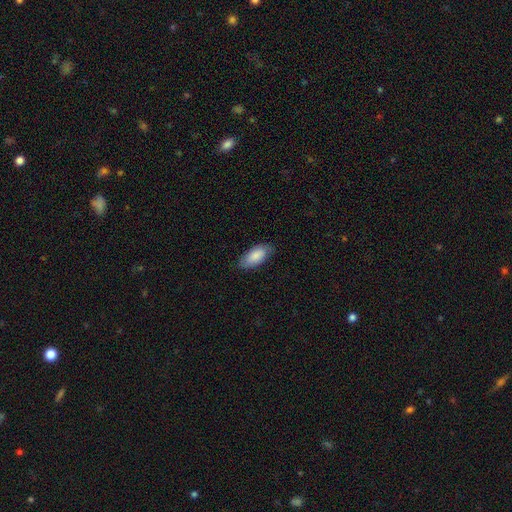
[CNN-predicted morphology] smooth-or-featured: smooth: 85% | featured or disk: 10% | star or artifact: 6%
  how-rounded: in between: 90% | cigar-shaped: 8% | round: 2%
  merging: none: 80% | minor disturbance: 16% | major disturbance: 3% | merger: 1%